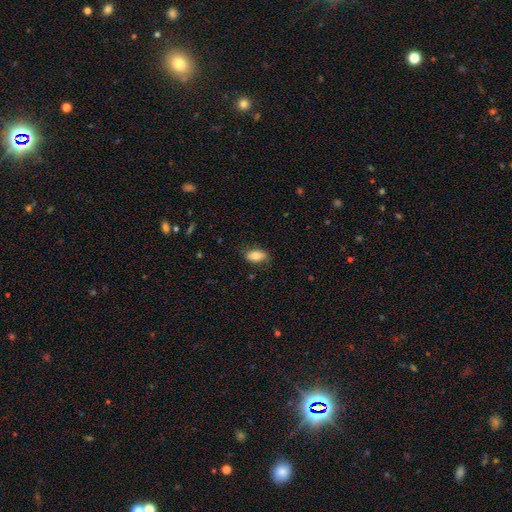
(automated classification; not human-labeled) Overall: smooth (79%). How rounded: in between (91%). Merging: none (80%).